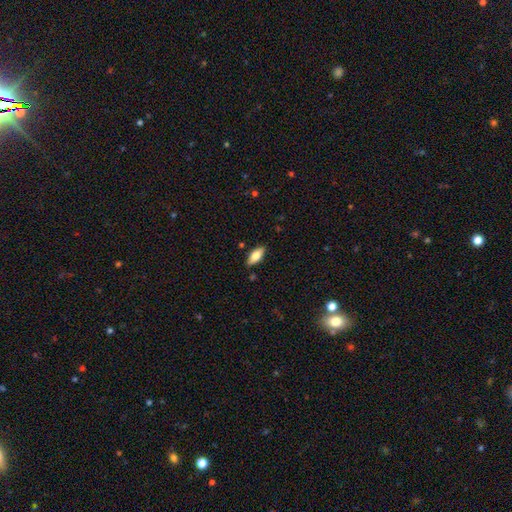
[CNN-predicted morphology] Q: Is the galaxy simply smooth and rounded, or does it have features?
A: smooth — 73%.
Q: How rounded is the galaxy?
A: in between — 83%.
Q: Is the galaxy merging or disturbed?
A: none — 86%.